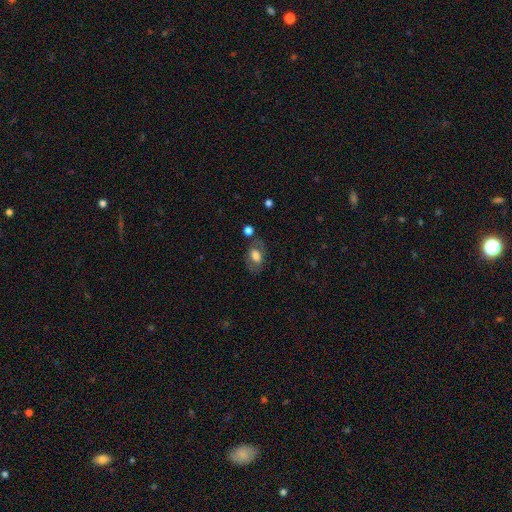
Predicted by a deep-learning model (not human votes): Overall: smooth (63%; featured or disk 28%). How rounded: in between (86%). Merging: none (68%).